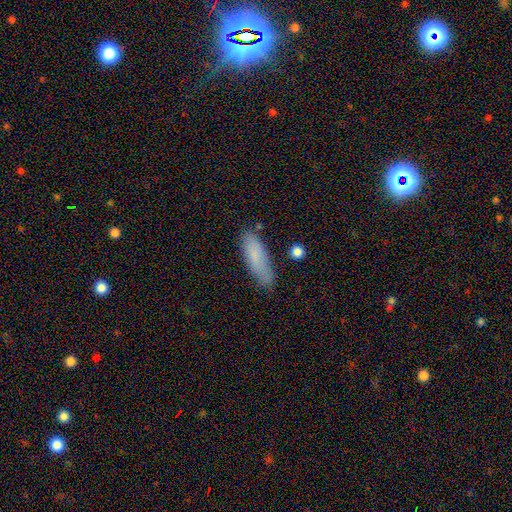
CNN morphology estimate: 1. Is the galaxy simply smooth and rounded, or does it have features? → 78% smooth, 14% featured or disk, 7% star or artifact.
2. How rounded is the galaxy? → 51% in between, 47% cigar-shaped, 2% round.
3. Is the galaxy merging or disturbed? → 72% none, 21% minor disturbance, 4% major disturbance, 3% merger.